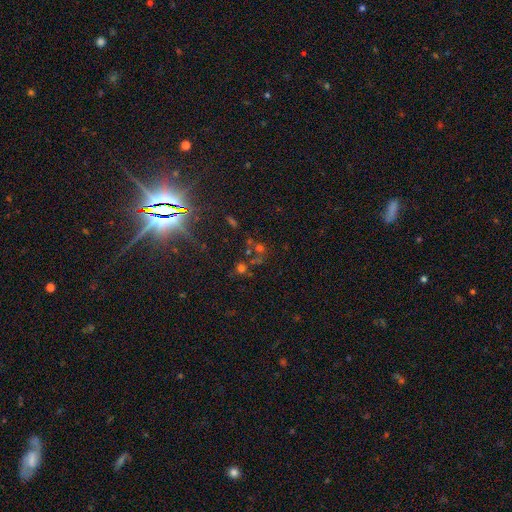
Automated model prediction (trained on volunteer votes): Morphology: type=star or artifact (79%).